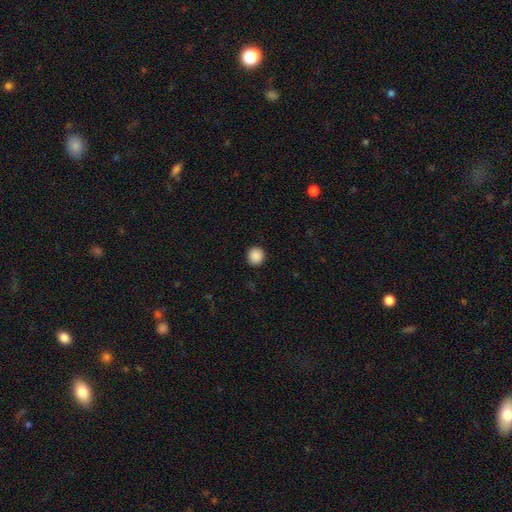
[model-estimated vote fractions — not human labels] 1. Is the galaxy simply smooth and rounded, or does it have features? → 89% smooth, 9% star or artifact, 2% featured or disk.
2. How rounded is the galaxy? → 91% round, 8% in between, 1% cigar-shaped.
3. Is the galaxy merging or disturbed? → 92% none, 6% minor disturbance, 2% major disturbance, 1% merger.